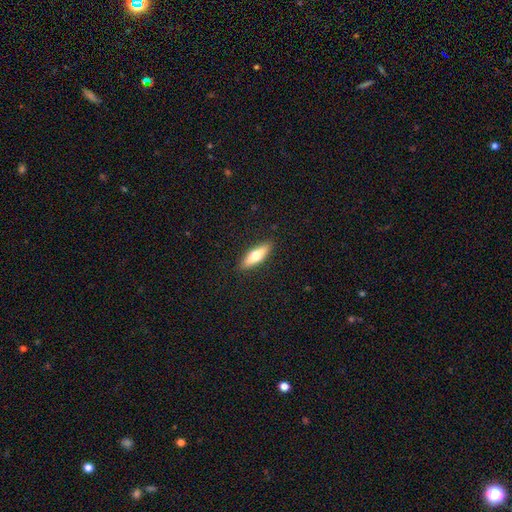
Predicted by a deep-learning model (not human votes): Morphology: type=smooth (59%); roundness=cigar-shaped (56%); merging=none (90%).